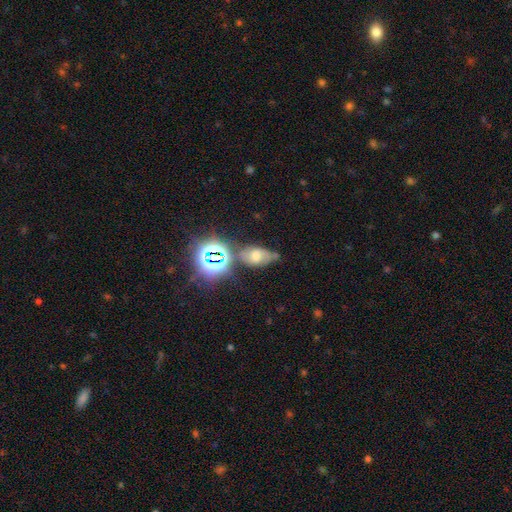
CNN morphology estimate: This is marginally a smooth galaxy (43%). Merging: possibly none (51%).